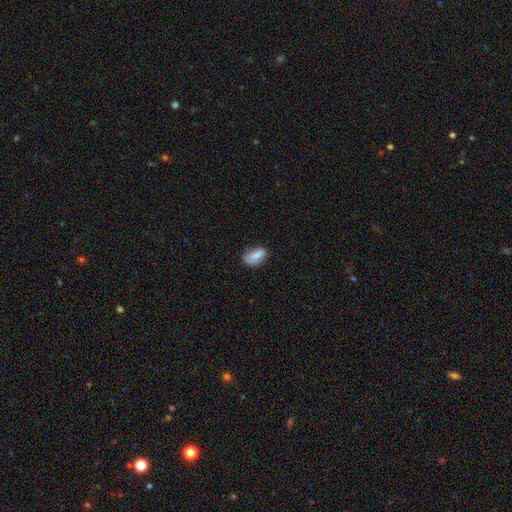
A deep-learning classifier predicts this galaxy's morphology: Overall: smooth (78%). How rounded: in between (86%). Merging: none (67%).